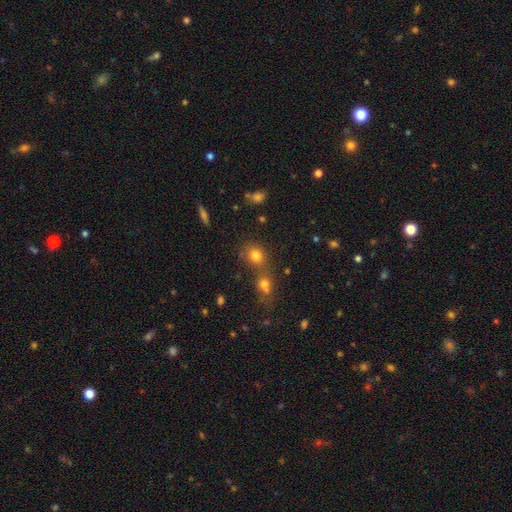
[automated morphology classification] A smooth galaxy with no disk features (77%) that is round (69%).

Vote fractions:
- Smooth or featured? smooth: 77% / star or artifact: 15% / featured or disk: 8%
- How rounded? round: 69% / in between: 30% / cigar-shaped: 1%
- Merging? none: 52% / merger: 34% / minor disturbance: 9% / major disturbance: 4%